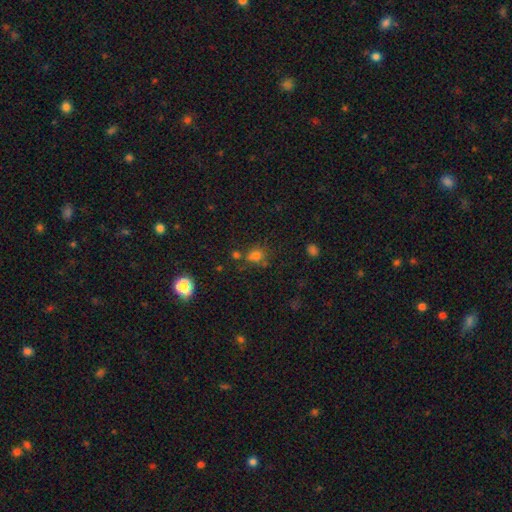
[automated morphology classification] A smooth galaxy with no disk features (70%) that is round (67%). Merging: none (58%).